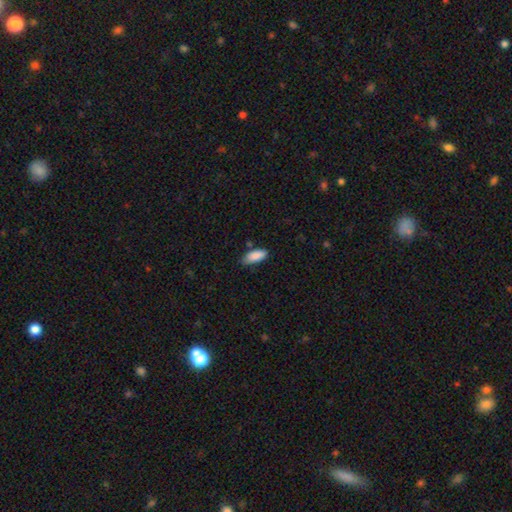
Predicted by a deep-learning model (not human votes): A smooth galaxy with no disk features (88%) that is in between round and cigar-shaped (81%). Merging: none (72%).